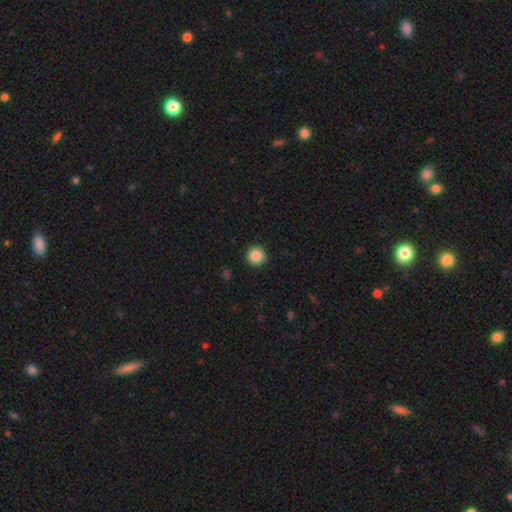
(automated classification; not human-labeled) smooth-or-featured: smooth: 87% | star or artifact: 9% | featured or disk: 4%
  how-rounded: round: 96% | in between: 3% | cigar-shaped: 1%
  merging: none: 93% | minor disturbance: 4% | major disturbance: 2% | merger: 1%